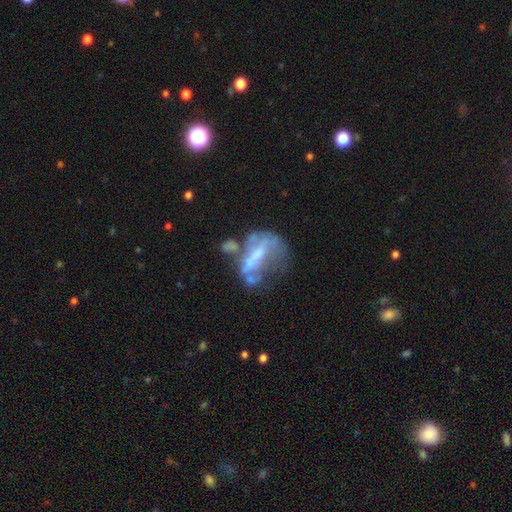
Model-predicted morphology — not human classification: This is possibly a featured or disk galaxy (59%). It is clearly not viewed edge-on (92%). Bar: possibly no (49%). Spiral arm pattern: clearly no (81%). Central bulge: marginally none (39%). Merging: marginally major disturbance (35%).